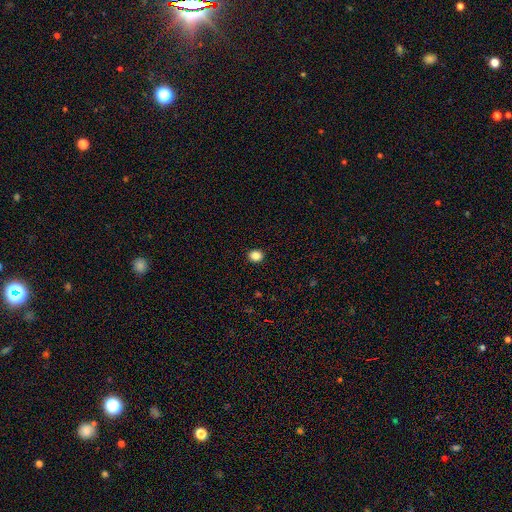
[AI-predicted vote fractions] smooth-or-featured: smooth: 86% | star or artifact: 11% | featured or disk: 3%
  how-rounded: round: 73% | in between: 26% | cigar-shaped: 1%
  merging: none: 92% | minor disturbance: 5% | major disturbance: 2% | merger: 1%